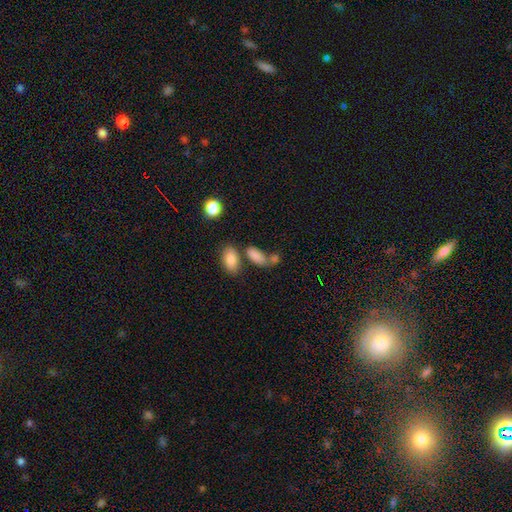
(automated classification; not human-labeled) Q: Smooth or featured?
A: smooth (84%); runner-up: star or artifact (9%)
Q: How rounded?
A: in between (87%); runner-up: cigar-shaped (8%)
Q: Merging?
A: none (51%); runner-up: merger (28%)